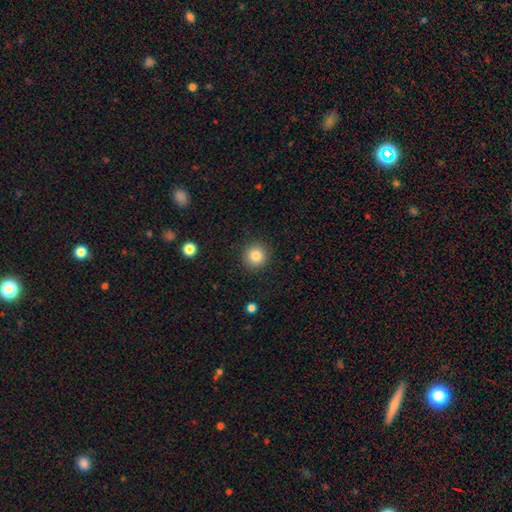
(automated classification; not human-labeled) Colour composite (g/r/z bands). It shows a smooth galaxy with no disk features (83%) that is round (94%). Merging: none (91%).